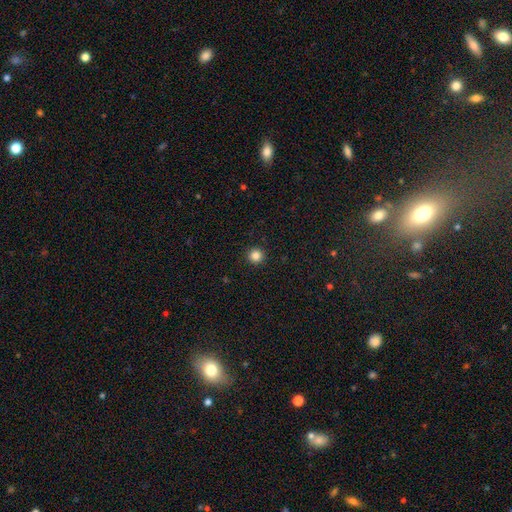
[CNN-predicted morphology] smooth_or_featured: smooth (p=0.84) [alt: star or artifact p=0.12]
how_rounded: round (p=0.96) [alt: in between p=0.03]
merging: none (p=0.93) [alt: minor disturbance p=0.04]